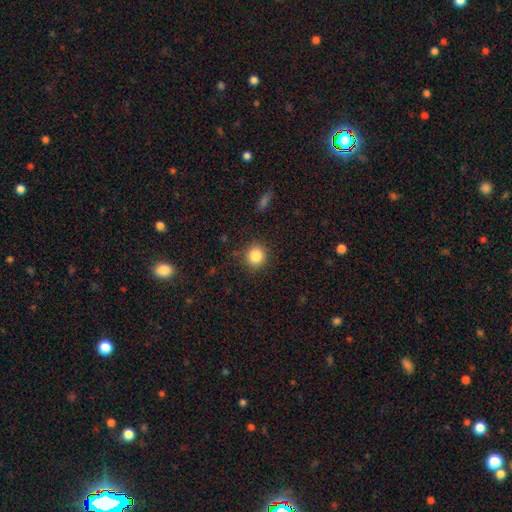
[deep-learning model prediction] smooth-or-featured: smooth: 85% | star or artifact: 10% | featured or disk: 5%
  how-rounded: round: 87% | in between: 12% | cigar-shaped: 1%
  merging: none: 87% | minor disturbance: 9% | major disturbance: 3% | merger: 1%